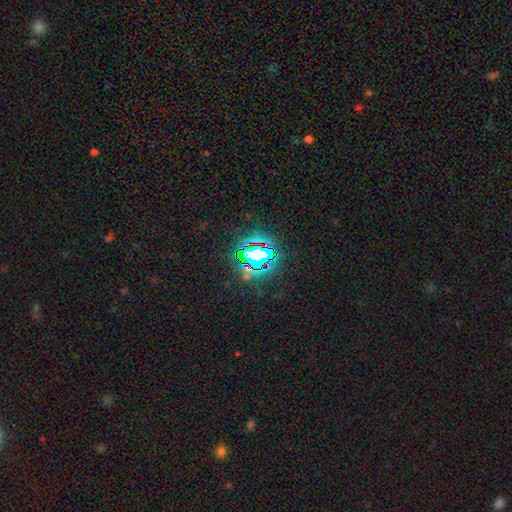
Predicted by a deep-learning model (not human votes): This is likely a star or artifact rather than a galaxy (74%).